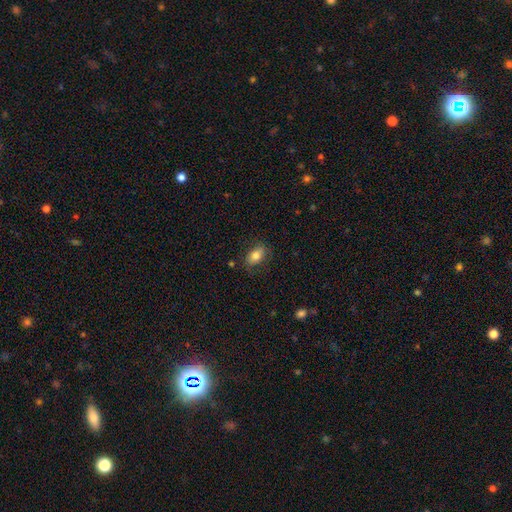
Smooth or featured? smooth (82%)
How rounded? in between (88%)
Merging? none (87%)